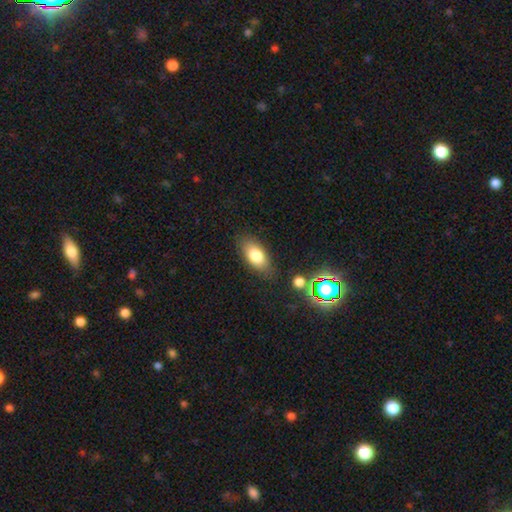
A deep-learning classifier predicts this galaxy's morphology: Q: Smooth or featured?
A: smooth (78%); runner-up: featured or disk (13%)
Q: How rounded?
A: in between (88%); runner-up: cigar-shaped (7%)
Q: Merging?
A: none (81%); runner-up: minor disturbance (13%)